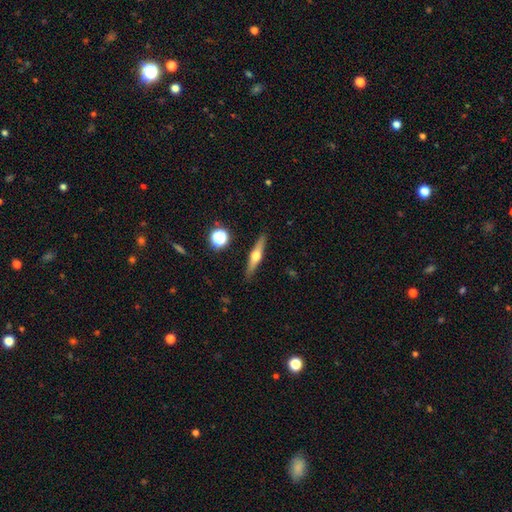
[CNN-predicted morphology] Smooth or featured: featured or disk — 60% (smooth — 33%)
Edge-on disk: yes — 95% (no — 5%)
Edge-on bulge: rounded — 94% (boxy — 3%)
Merging: none — 89% (minor disturbance — 7%)